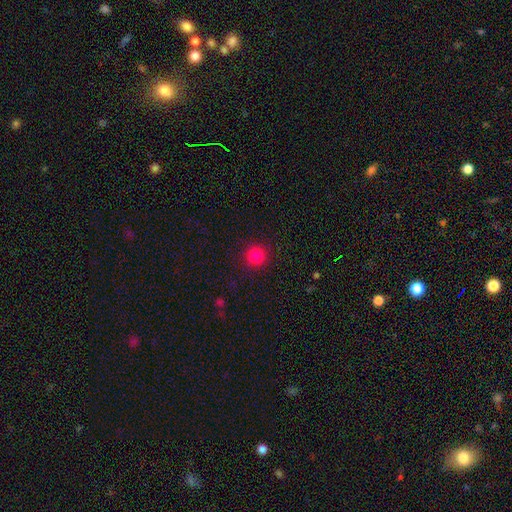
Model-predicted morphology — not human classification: smooth 85%, star or artifact 12%, featured or disk 3%. Down the decision tree: how rounded — round (94%); merging — none (91%).